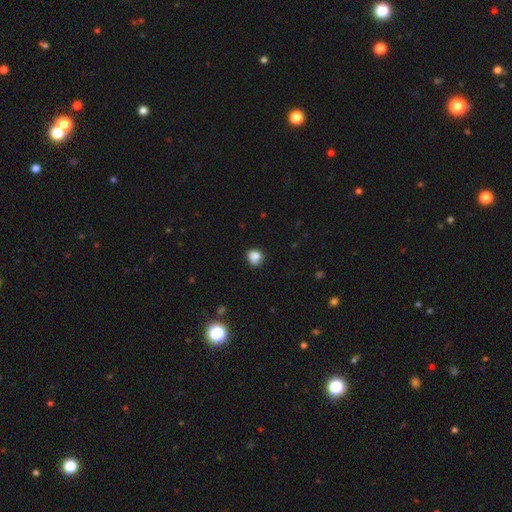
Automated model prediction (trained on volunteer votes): This is clearly a smooth galaxy (83%). How rounded: likely round (71%). Merging: likely none (67%).